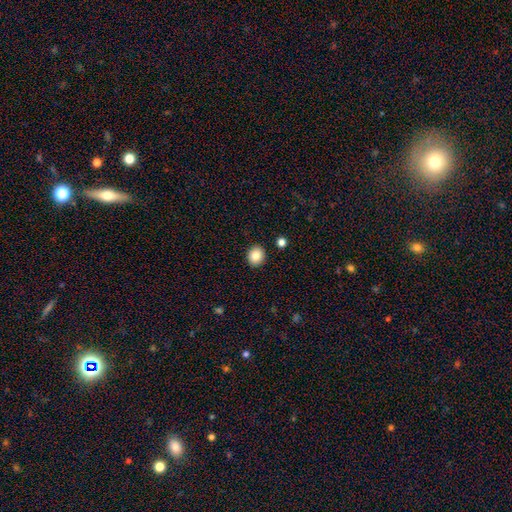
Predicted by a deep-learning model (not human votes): The model was most divided on "how rounded": round: 74%, in between: 25%, cigar-shaped: 1%. More confident: merging — none (91%); smooth or featured — smooth (84%).